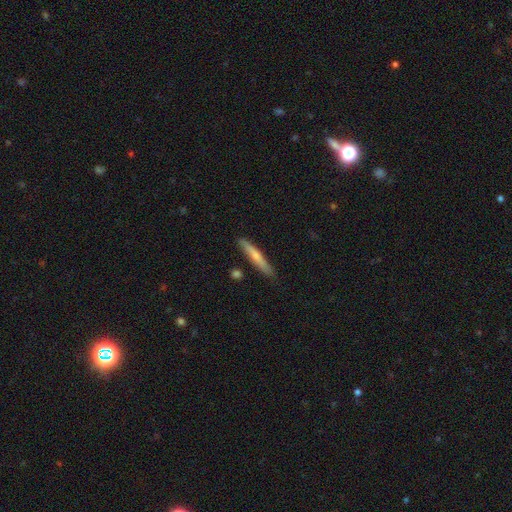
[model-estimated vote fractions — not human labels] A smooth galaxy with no disk features (60%) that is cigar-shaped (93%).

Vote fractions:
- Smooth or featured? smooth: 60% / featured or disk: 35% / star or artifact: 5%
- How rounded? cigar-shaped: 93% / in between: 5% / round: 1%
- Merging? none: 84% / minor disturbance: 12% / merger: 3% / major disturbance: 2%